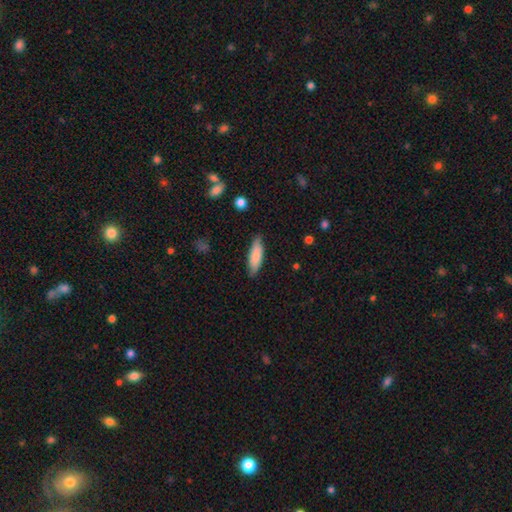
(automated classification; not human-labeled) A smooth galaxy with no disk features (82%) that is cigar-shaped (51%).

Vote fractions:
- Smooth or featured? smooth: 82% / featured or disk: 13% / star or artifact: 6%
- How rounded? cigar-shaped: 51% / in between: 48% / round: 2%
- Merging? none: 83% / minor disturbance: 14% / major disturbance: 2% / merger: 1%